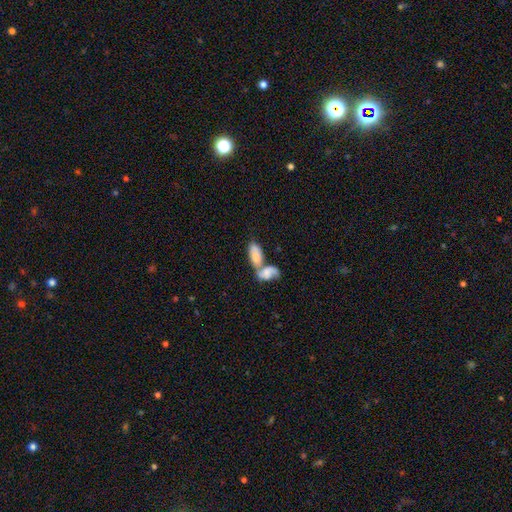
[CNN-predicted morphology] smooth_or_featured: smooth (p=0.66) [alt: featured or disk p=0.27]
how_rounded: in between (p=0.88) [alt: cigar-shaped p=0.08]
merging: merger (p=0.74) [alt: none p=0.14]